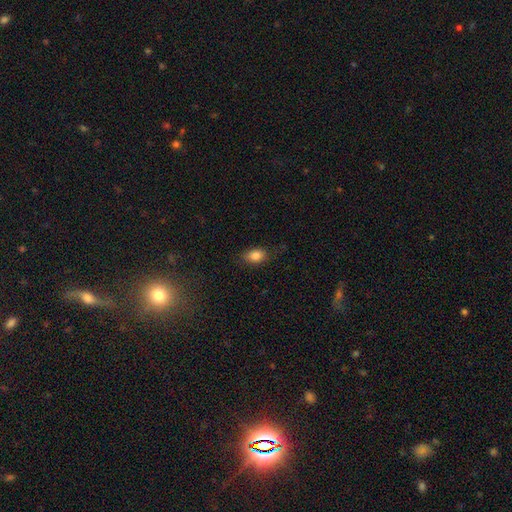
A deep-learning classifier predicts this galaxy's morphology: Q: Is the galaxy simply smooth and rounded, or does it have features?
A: smooth — 84%.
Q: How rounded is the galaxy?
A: in between — 76%.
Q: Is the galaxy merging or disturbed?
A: none — 79%.